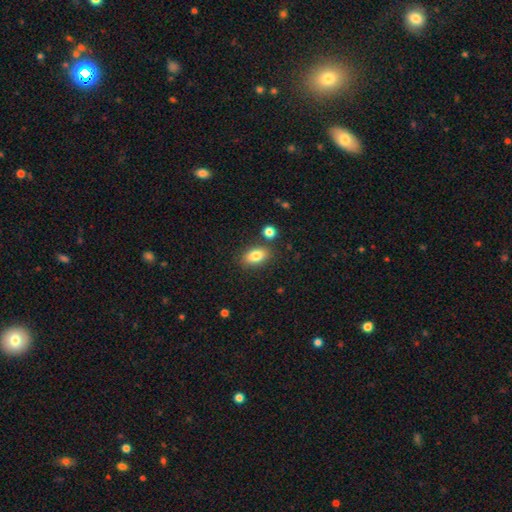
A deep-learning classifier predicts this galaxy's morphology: Overall: smooth (82%). How rounded: in between (88%). Merging: none (81%).